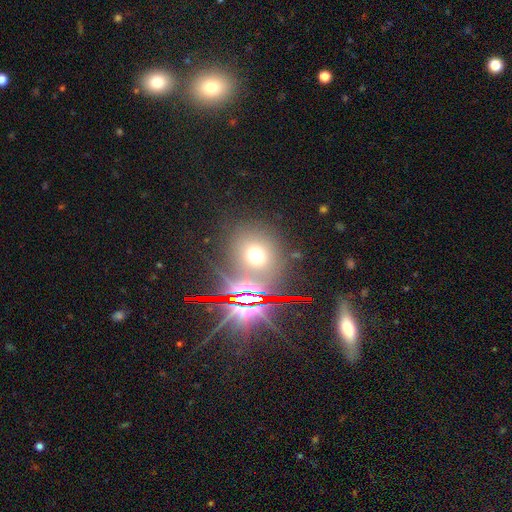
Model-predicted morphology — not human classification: smooth_or_featured: smooth (p=0.56) [alt: star or artifact p=0.33]
how_rounded: round (p=0.79) [alt: in between p=0.19]
merging: none (p=0.78) [alt: minor disturbance p=0.10]